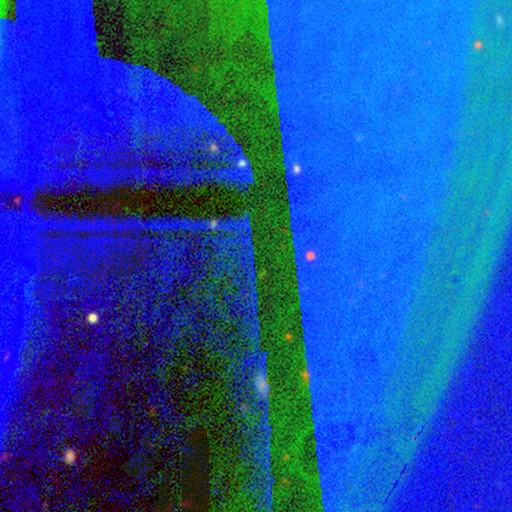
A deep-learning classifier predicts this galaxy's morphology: smooth_or_featured: star or artifact (p=0.86) [alt: featured or disk p=0.07]